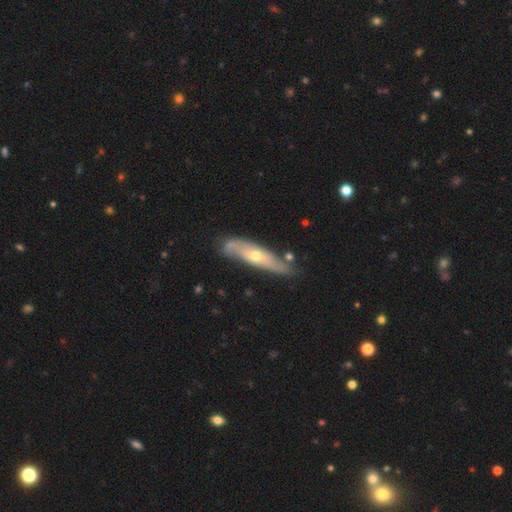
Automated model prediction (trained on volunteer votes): smooth-or-featured: featured or disk: 63% | smooth: 32% | star or artifact: 5%
  disk-edge-on: no: 51% | yes: 49%
  merging: none: 70% | minor disturbance: 21% | major disturbance: 5% | merger: 5%